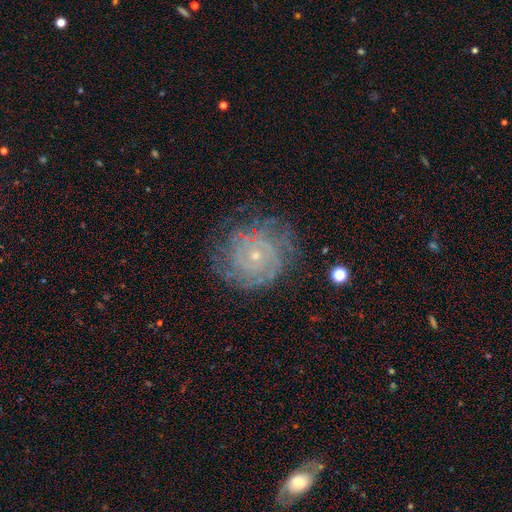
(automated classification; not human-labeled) featured or disk 79%, smooth 12%, star or artifact 9%. Down the decision tree: edge-on disk — no (97%); bar — no (81%); spiral arms — yes (93%); spiral arm count — can't tell (41%); spiral winding — tight (80%); bulge size — small (81%); merging — none (76%).